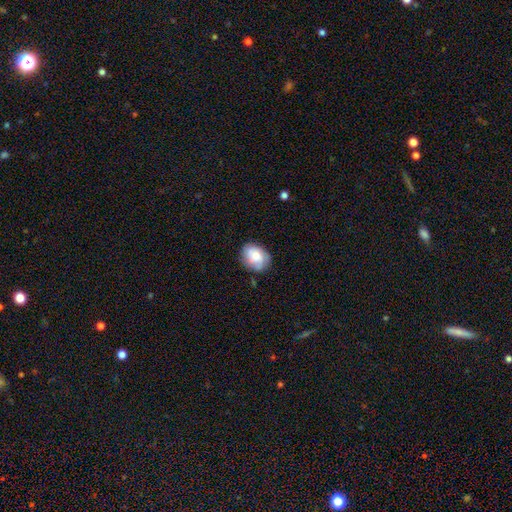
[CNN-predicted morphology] Smooth or featured? smooth (69%)
How rounded? in between (61%)
Merging? none (69%)